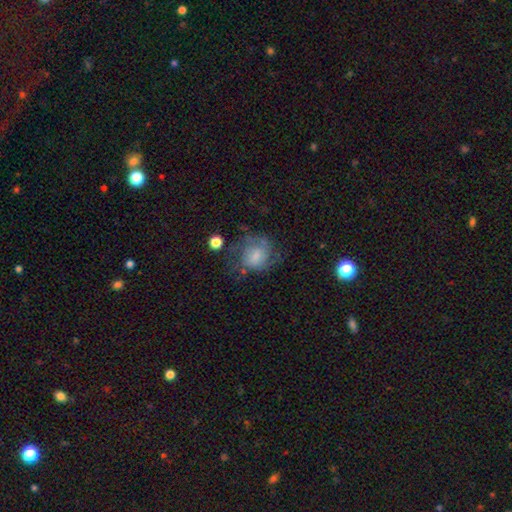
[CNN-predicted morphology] smooth 49%, featured or disk 41%, star or artifact 10%. Down the decision tree: merging — none (41%).